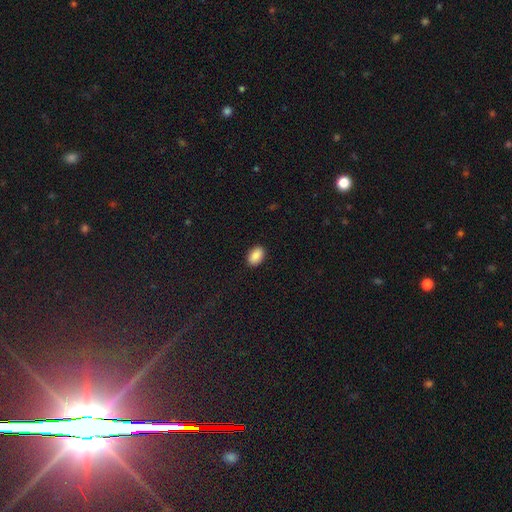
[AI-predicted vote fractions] Smooth or featured: smooth — 88% (star or artifact — 7%)
How rounded: in between — 88% (round — 11%)
Merging: none — 90% (minor disturbance — 7%)